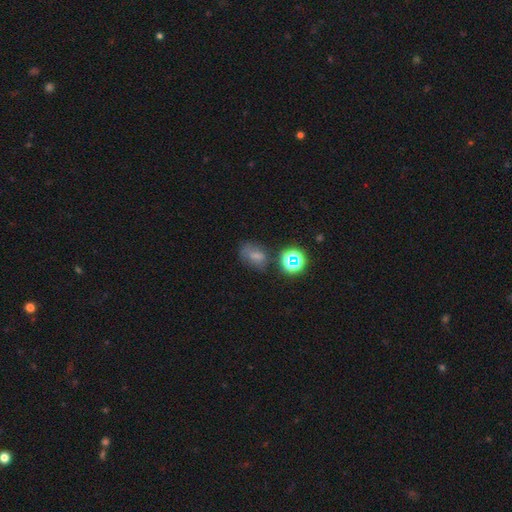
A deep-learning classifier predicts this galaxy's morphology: Q: Smooth or featured?
A: smooth (59%); runner-up: star or artifact (24%)
Q: How rounded?
A: in between (74%); runner-up: round (24%)
Q: Merging?
A: none (48%); runner-up: minor disturbance (27%)